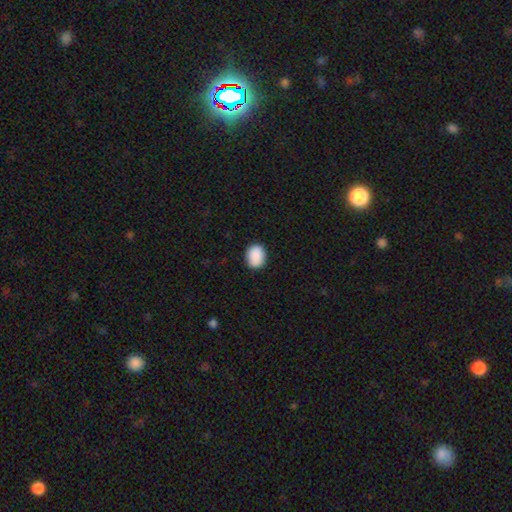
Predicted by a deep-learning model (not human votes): smooth_or_featured: smooth (p=0.90) [alt: star or artifact p=0.07]
how_rounded: in between (p=0.51) [alt: round p=0.48]
merging: none (p=0.87) [alt: minor disturbance p=0.10]